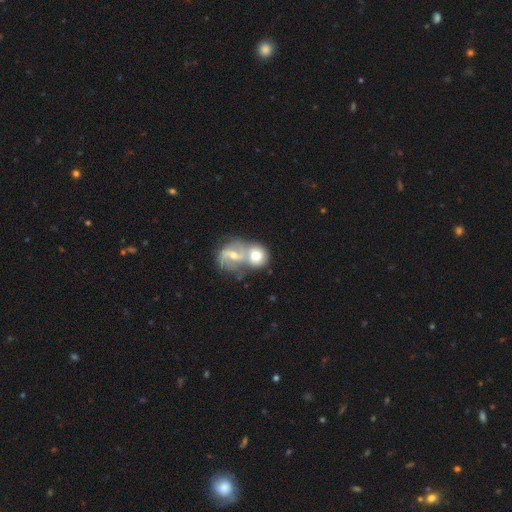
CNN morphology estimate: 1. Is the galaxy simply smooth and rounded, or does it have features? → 50% smooth, 43% featured or disk, 7% star or artifact.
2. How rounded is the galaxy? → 74% round, 25% in between, 1% cigar-shaped.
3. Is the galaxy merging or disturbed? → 65% merger, 24% none, 7% minor disturbance, 4% major disturbance.